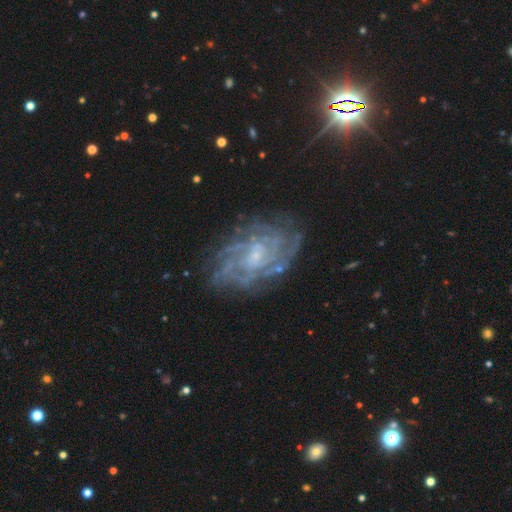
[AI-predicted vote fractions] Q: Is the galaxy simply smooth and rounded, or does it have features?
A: featured or disk — 85%.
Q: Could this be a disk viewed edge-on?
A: no — 97%.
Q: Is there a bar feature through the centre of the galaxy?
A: no — 55%.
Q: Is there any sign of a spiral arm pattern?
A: yes — 94%.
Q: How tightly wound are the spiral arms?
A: tight — 65%.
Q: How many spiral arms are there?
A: can't tell — 40%.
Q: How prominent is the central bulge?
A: small — 69%.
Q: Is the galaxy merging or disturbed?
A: none — 75%.